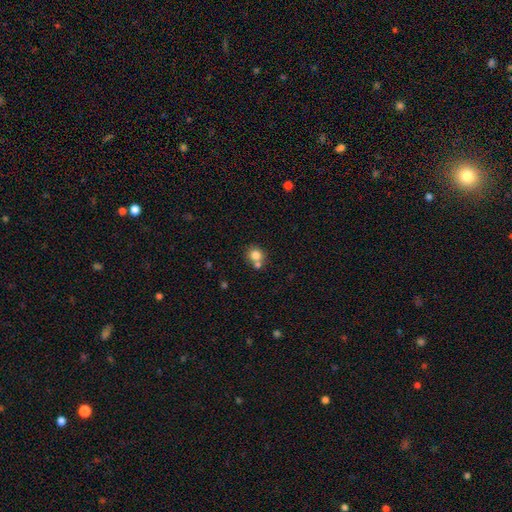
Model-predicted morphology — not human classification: Q: Smooth or featured?
A: smooth (80%); runner-up: star or artifact (11%)
Q: How rounded?
A: round (85%); runner-up: in between (14%)
Q: Merging?
A: none (51%); runner-up: merger (37%)